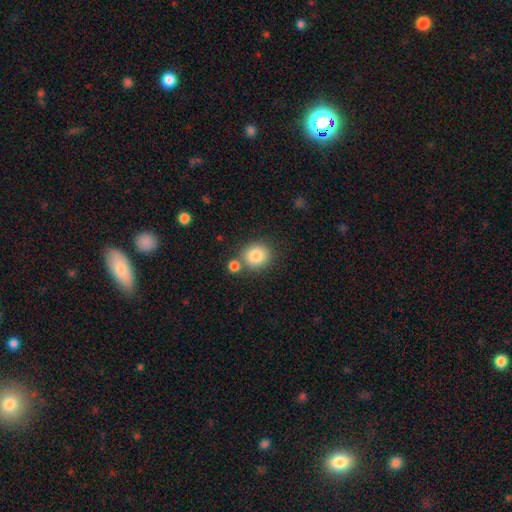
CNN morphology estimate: Q: Smooth or featured?
A: smooth (84%); runner-up: star or artifact (9%)
Q: How rounded?
A: round (82%); runner-up: in between (17%)
Q: Merging?
A: none (71%); runner-up: merger (16%)